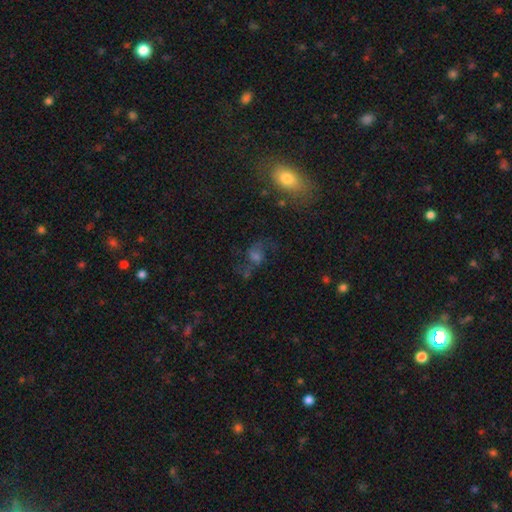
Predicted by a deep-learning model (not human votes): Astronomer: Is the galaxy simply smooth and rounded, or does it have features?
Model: featured or disk — 52%.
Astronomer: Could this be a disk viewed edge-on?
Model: no — 95%.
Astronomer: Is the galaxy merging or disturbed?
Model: none — 59%.